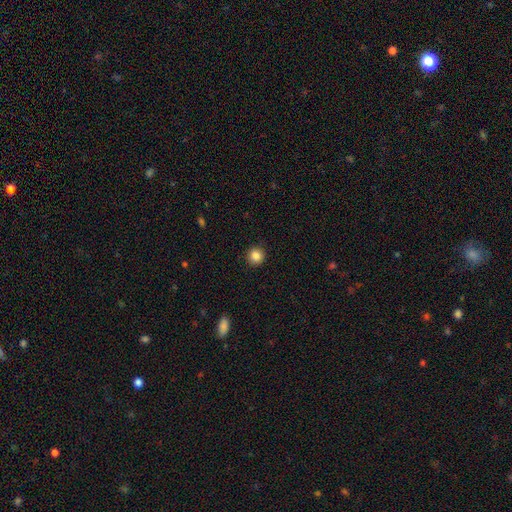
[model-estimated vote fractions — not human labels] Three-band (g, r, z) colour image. It shows a smooth galaxy with no disk features (86%) that is round (93%). Merging: none (92%).